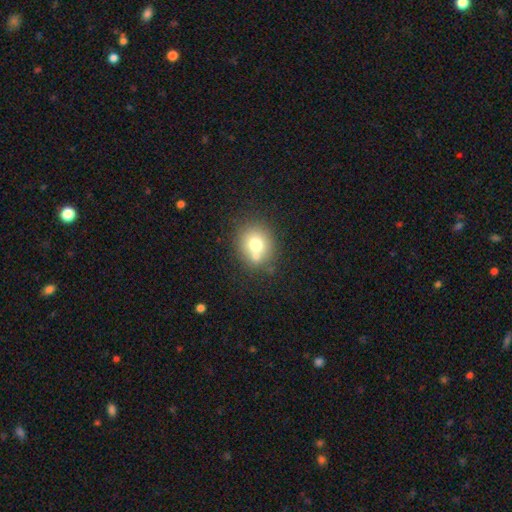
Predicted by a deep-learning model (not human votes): This appears to be a smooth galaxy with no disk features (70%) that is round (78%). Merging: none (60%).